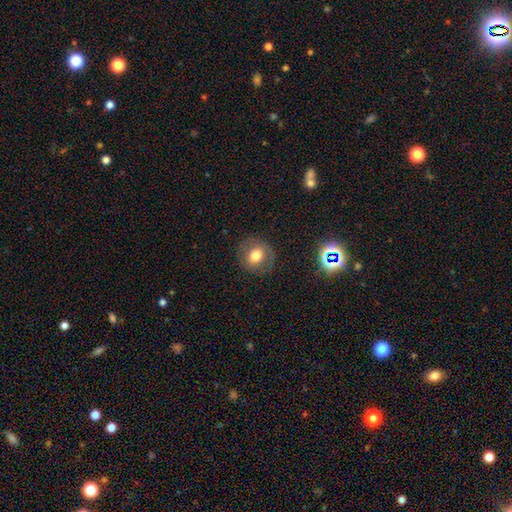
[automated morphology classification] Smooth or featured? smooth (70%)
How rounded? round (80%)
Merging? none (85%)